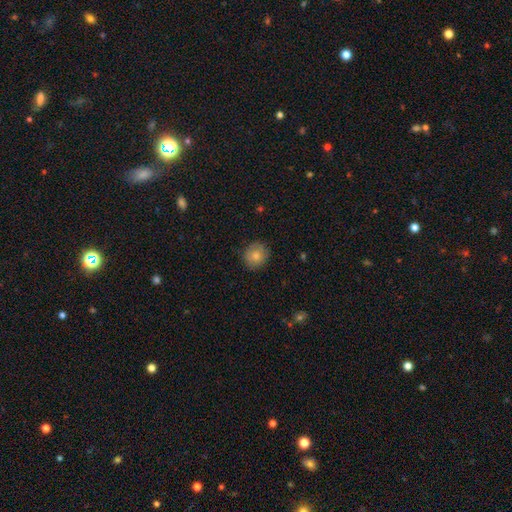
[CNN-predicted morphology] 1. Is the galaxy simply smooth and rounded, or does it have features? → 78% smooth, 13% featured or disk, 8% star or artifact.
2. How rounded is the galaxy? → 88% round, 11% in between, 1% cigar-shaped.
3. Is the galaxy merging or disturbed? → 85% none, 11% minor disturbance, 2% major disturbance, 1% merger.